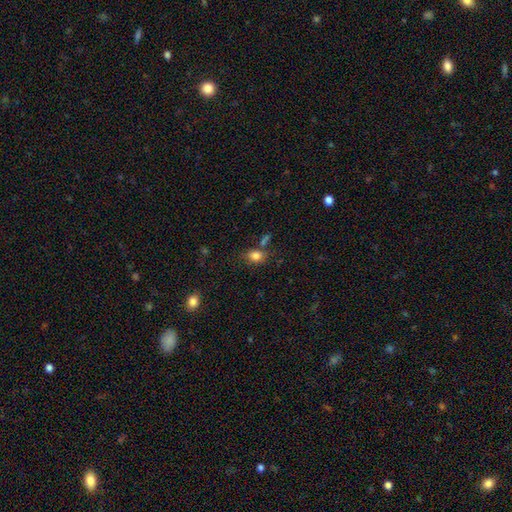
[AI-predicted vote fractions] Q: Smooth or featured?
A: smooth (82%); runner-up: star or artifact (11%)
Q: How rounded?
A: in between (64%); runner-up: round (34%)
Q: Merging?
A: none (66%); runner-up: minor disturbance (17%)